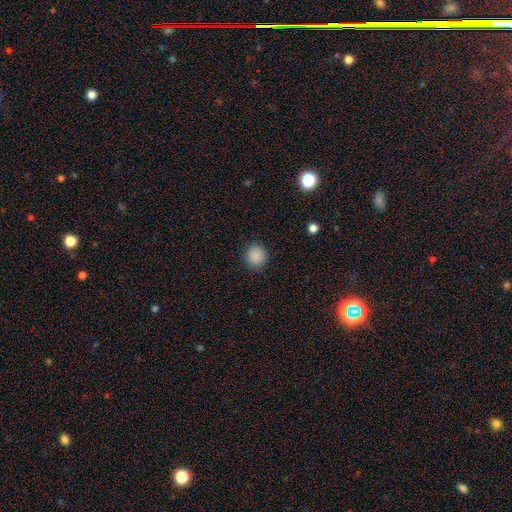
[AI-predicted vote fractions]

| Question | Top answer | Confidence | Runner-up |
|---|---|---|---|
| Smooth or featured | smooth | 88% | star or artifact (9%) |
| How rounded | round | 90% | in between (9%) |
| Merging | none | 90% | minor disturbance (7%) |